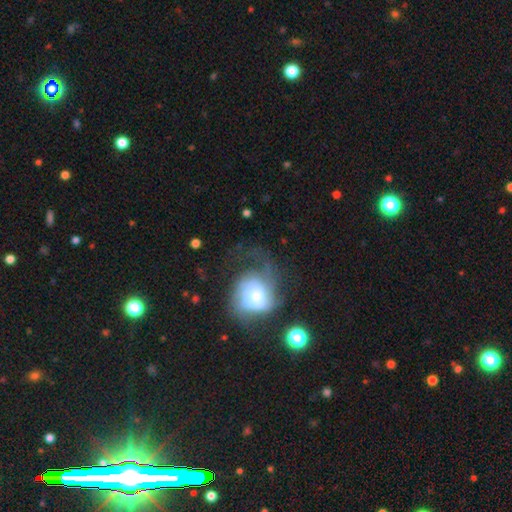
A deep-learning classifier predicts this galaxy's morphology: The model was most divided on "bulge size": moderate: 39%, small: 30%, large: 18%, none: 7%, dominant: 6%. Remaining: edge-on disk — no (96%); spiral arms — yes (83%); bar — no (64%); smooth or featured — featured or disk (59%); merging — none (48%).